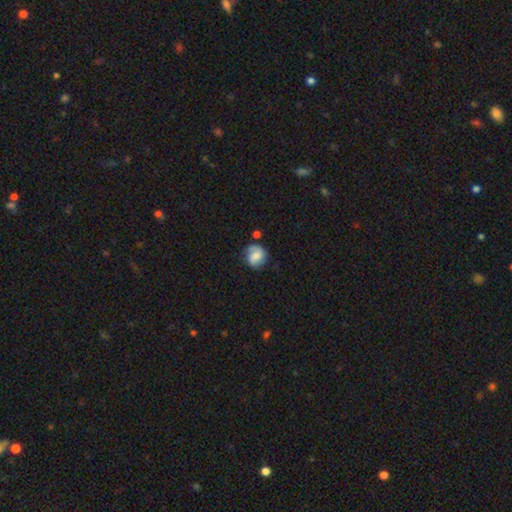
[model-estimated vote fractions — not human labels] A smooth galaxy with no disk features (53%) that is round (77%). Merging: none (63%).